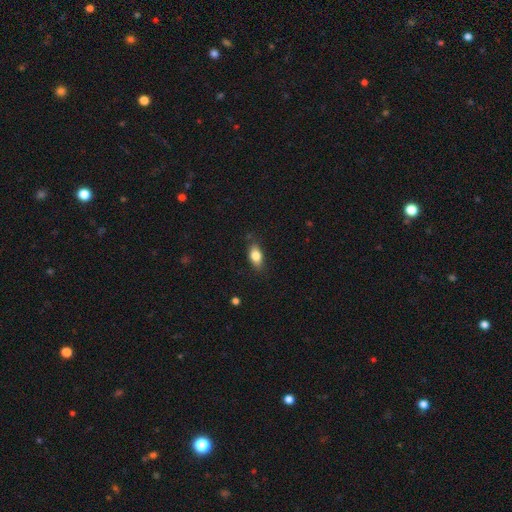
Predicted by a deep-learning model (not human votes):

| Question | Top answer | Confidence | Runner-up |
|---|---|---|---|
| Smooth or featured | smooth | 80% | featured or disk (12%) |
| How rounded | in between | 85% | cigar-shaped (9%) |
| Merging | none | 82% | minor disturbance (14%) |